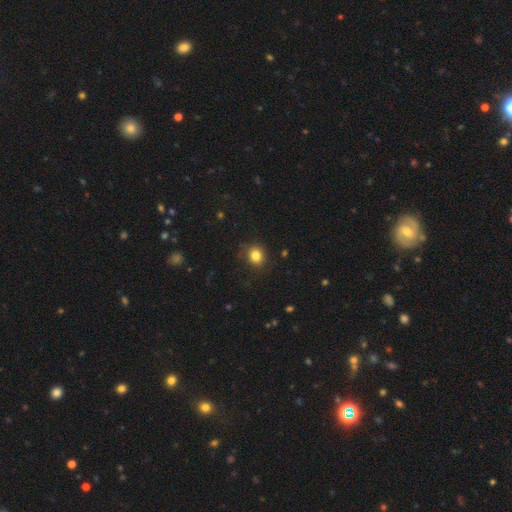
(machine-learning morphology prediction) The model was most divided on "how rounded": round: 73%, in between: 26%, cigar-shaped: 1%. More confident: merging — none (85%); smooth or featured — smooth (83%).